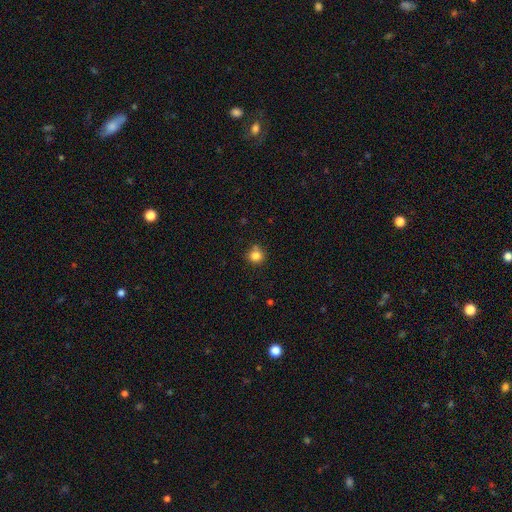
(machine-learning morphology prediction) Q: Smooth or featured?
A: smooth (82%); runner-up: star or artifact (12%)
Q: How rounded?
A: round (89%); runner-up: in between (10%)
Q: Merging?
A: none (74%); runner-up: minor disturbance (17%)